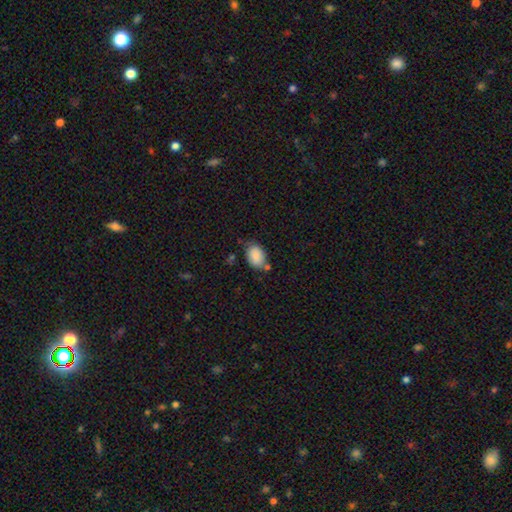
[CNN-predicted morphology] The model was most divided on "merging": none: 65%, minor disturbance: 22%, merger: 8%, major disturbance: 5%. More confident: smooth or featured — smooth (87%); how rounded — in between (83%).